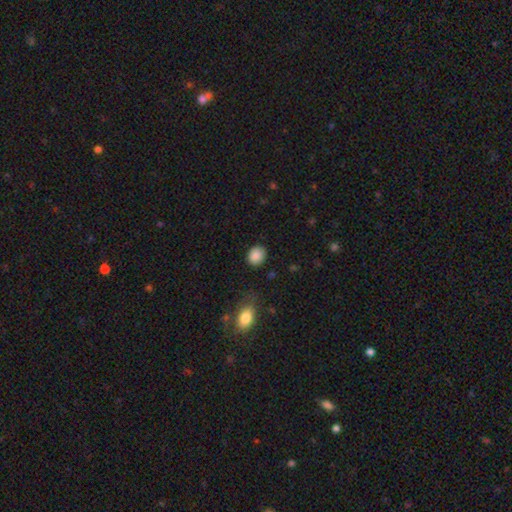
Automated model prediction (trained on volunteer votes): A smooth galaxy with no disk features (88%) that is round (64%).

Vote fractions:
- Smooth or featured? smooth: 88% / star or artifact: 8% / featured or disk: 4%
- How rounded? round: 64% / in between: 35% / cigar-shaped: 1%
- Merging? none: 85% / minor disturbance: 10% / major disturbance: 3% / merger: 2%